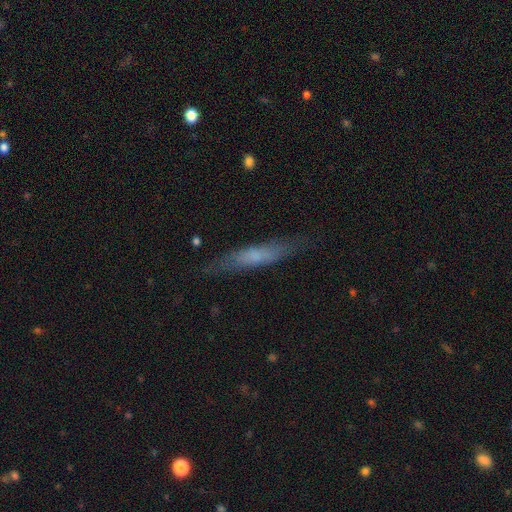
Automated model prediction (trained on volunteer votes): smooth-or-featured: smooth: 57% | featured or disk: 36% | star or artifact: 7%
  how-rounded: cigar-shaped: 86% | in between: 12% | round: 2%
  merging: none: 78% | minor disturbance: 16% | major disturbance: 4% | merger: 1%